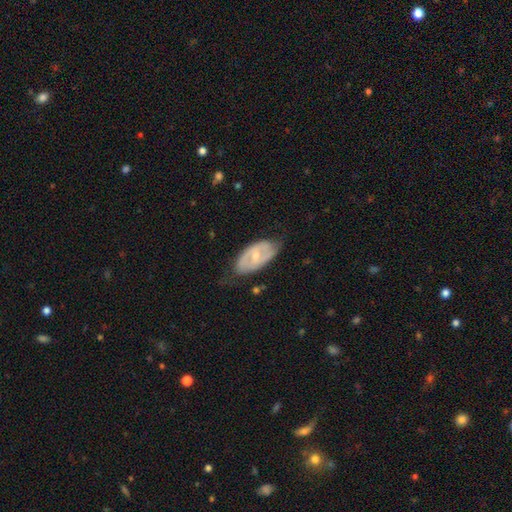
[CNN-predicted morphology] Smooth or featured? featured or disk (64%)
Edge-on disk? no (91%)
Bar? weak (42%)
Spiral arms? yes (58%)
Bulge size? small (53%)
Merging? none (63%)